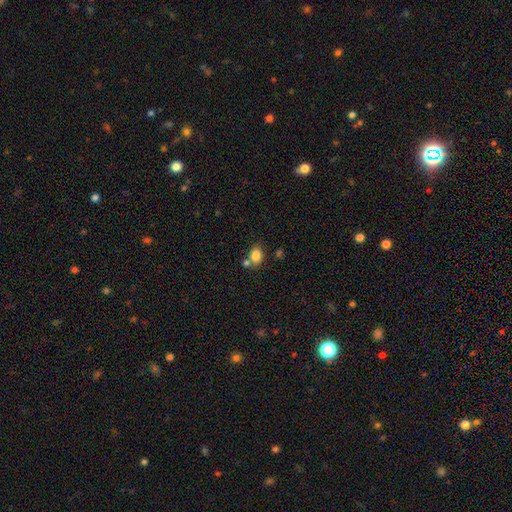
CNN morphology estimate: This appears to be a smooth galaxy with no disk features (84%) that is in between round and cigar-shaped (56%). Merging: none (62%).